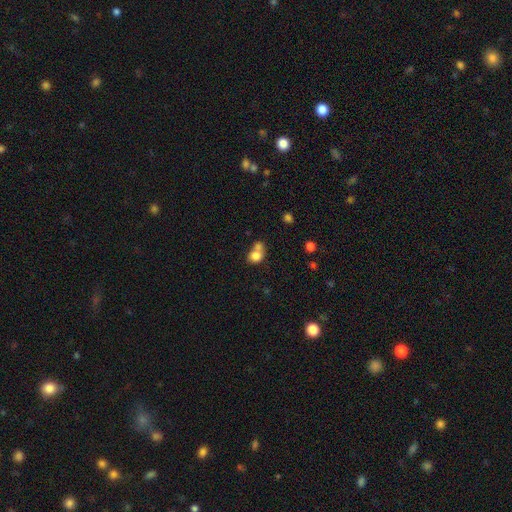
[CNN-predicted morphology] Overall: smooth (79%). How rounded: round (59%; in between 40%). Merging: merger (55%; none 31%).